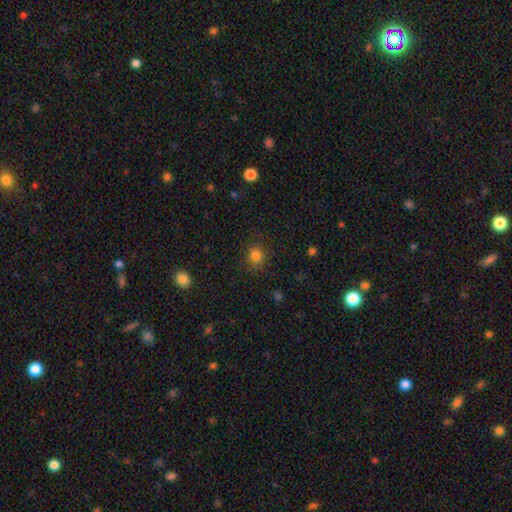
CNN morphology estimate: Smooth or featured? Predicted: smooth (p=0.82). How rounded? Predicted: round (p=0.83). Merging? Predicted: none (p=0.85).